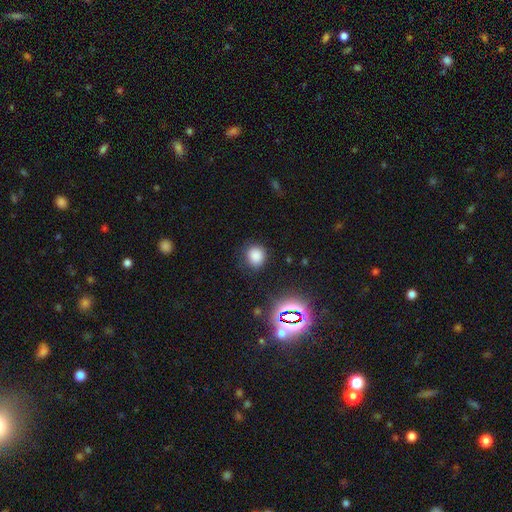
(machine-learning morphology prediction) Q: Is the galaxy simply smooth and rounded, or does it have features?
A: smooth — 78%.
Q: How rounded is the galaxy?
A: round — 81%.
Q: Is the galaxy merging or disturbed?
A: none — 83%.